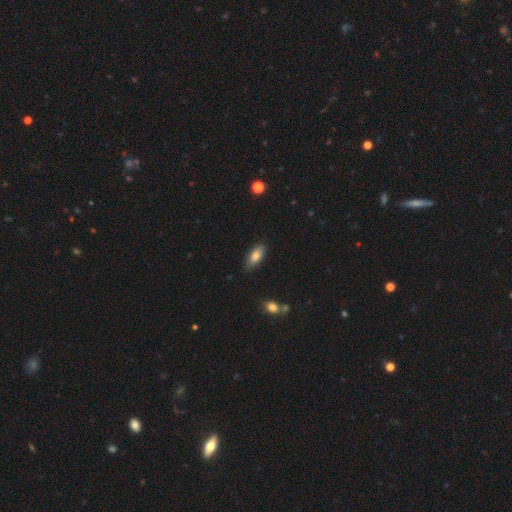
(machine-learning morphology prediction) Smooth or featured: smooth — 79% (featured or disk — 14%)
How rounded: in between — 78% (cigar-shaped — 20%)
Merging: none — 81% (minor disturbance — 15%)